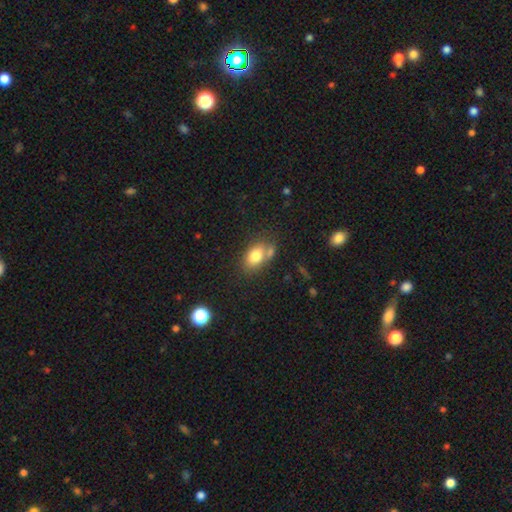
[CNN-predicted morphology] The model was most divided on "merging": none: 57%, merger: 22%, minor disturbance: 16%, major disturbance: 5%. More confident: how rounded — in between (81%); smooth or featured — smooth (78%).